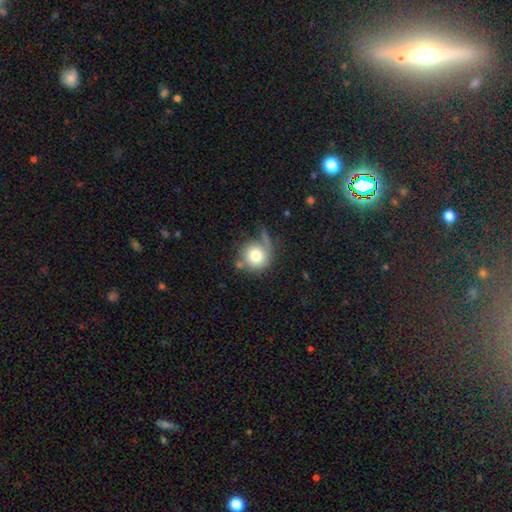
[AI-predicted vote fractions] A smooth galaxy with no disk features (73%) that is round (90%).

Vote fractions:
- Smooth or featured? smooth: 73% / featured or disk: 18% / star or artifact: 8%
- How rounded? round: 90% / in between: 9% / cigar-shaped: 1%
- Merging? none: 48% / minor disturbance: 21% / major disturbance: 21% / merger: 10%